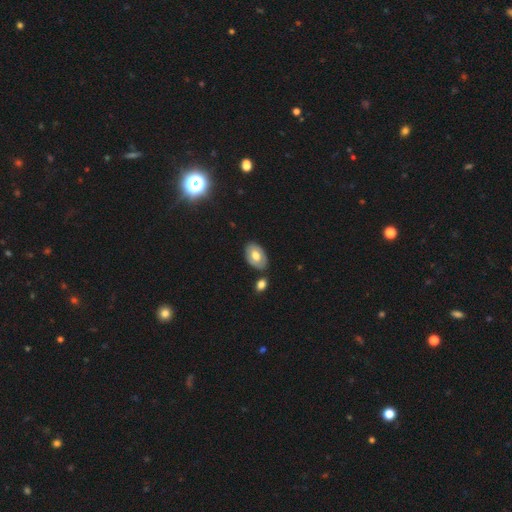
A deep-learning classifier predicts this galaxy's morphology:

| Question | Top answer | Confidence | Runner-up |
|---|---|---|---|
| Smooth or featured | smooth | 59% | featured or disk (34%) |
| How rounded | in between | 91% | round (8%) |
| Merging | none | 76% | minor disturbance (13%) |